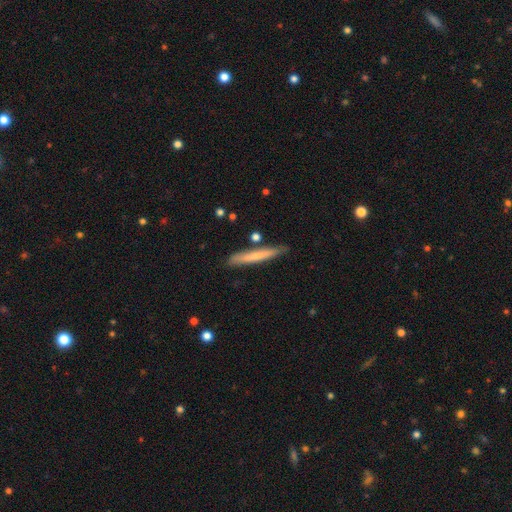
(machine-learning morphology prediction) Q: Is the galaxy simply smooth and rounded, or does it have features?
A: smooth — 57%.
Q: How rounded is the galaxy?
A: cigar-shaped — 95%.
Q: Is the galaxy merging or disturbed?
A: none — 83%.